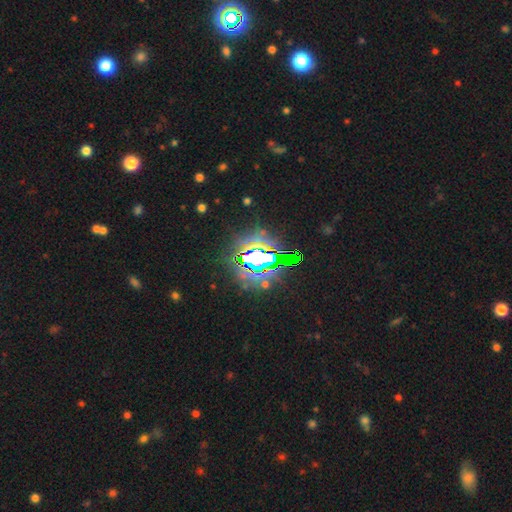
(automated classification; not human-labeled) A star or artifact, not a galaxy (84%).

Vote fractions:
- Smooth or featured? star or artifact: 84% / smooth: 9% / featured or disk: 7%